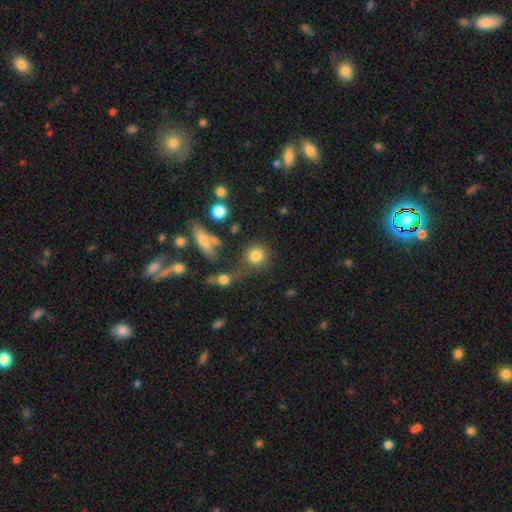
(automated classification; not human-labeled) smooth_or_featured: smooth (p=0.81) [alt: star or artifact p=0.11]
how_rounded: round (p=0.85) [alt: in between p=0.13]
merging: none (p=0.62) [alt: merger p=0.19]